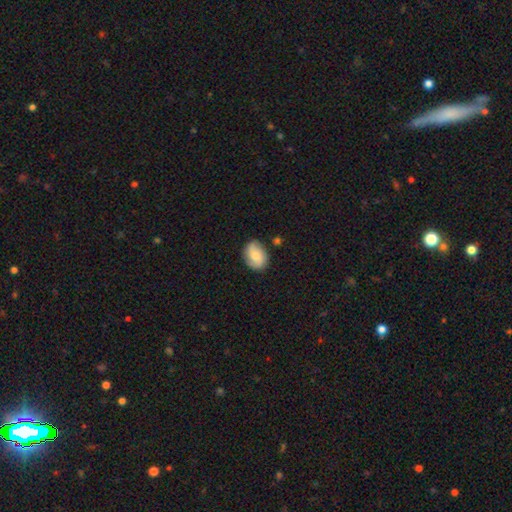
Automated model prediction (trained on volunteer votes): A smooth galaxy with no disk features (52%) that is in between round and cigar-shaped (58%). Merging: none (79%).